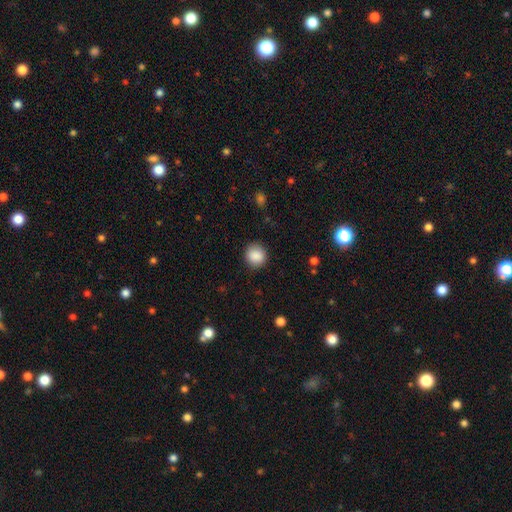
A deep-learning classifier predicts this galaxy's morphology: Smooth or featured: smooth — 88% (star or artifact — 8%)
How rounded: round — 88% (in between — 11%)
Merging: none — 88% (minor disturbance — 9%)